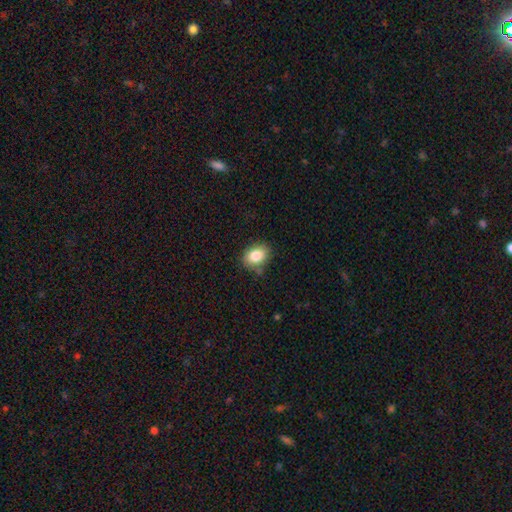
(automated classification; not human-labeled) This is clearly a smooth galaxy (84%). How rounded: likely in between (72%). Merging: likely none (77%).